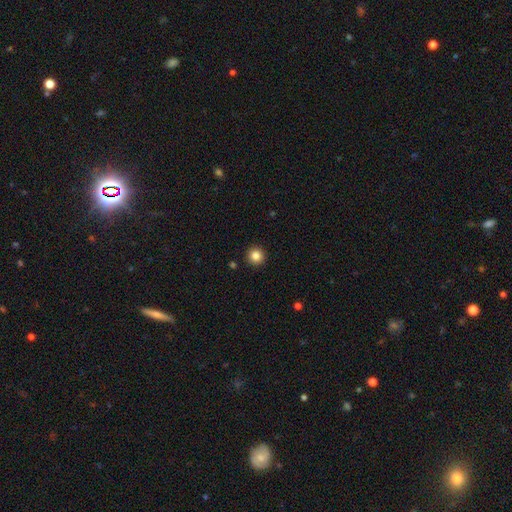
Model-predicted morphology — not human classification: This is clearly a smooth galaxy (84%). How rounded: clearly round (96%). Merging: clearly none (93%).